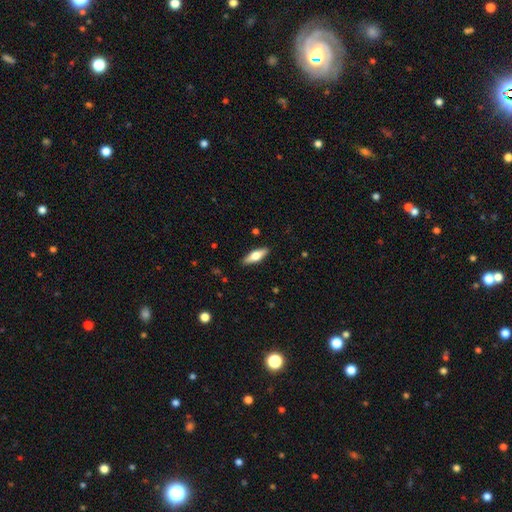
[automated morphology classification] smooth_or_featured: smooth (p=0.55) [alt: featured or disk p=0.39]
how_rounded: in between (p=0.53) [alt: cigar-shaped p=0.44]
merging: none (p=0.89) [alt: minor disturbance p=0.08]